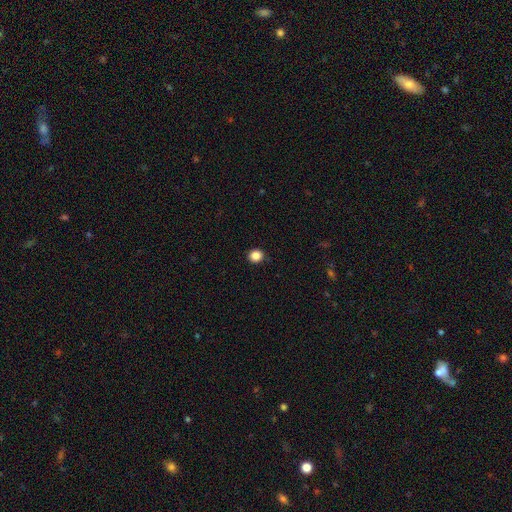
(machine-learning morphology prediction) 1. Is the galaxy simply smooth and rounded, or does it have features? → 87% smooth, 10% star or artifact, 3% featured or disk.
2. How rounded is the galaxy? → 89% round, 11% in between, 1% cigar-shaped.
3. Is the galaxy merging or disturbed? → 92% none, 6% minor disturbance, 2% major disturbance, 1% merger.